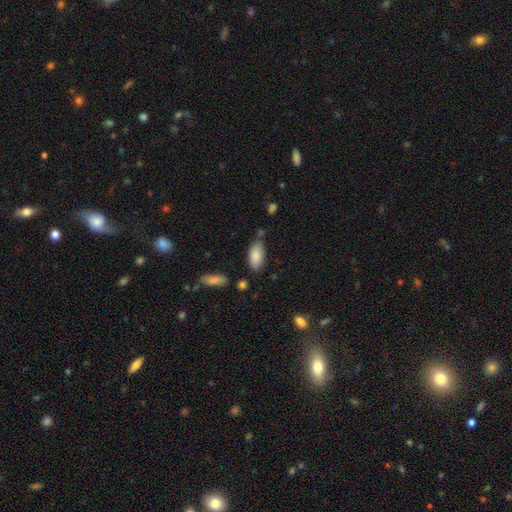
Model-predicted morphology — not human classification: Smooth or featured: smooth — 86% (featured or disk — 8%)
How rounded: in between — 91% (cigar-shaped — 7%)
Merging: none — 74% (minor disturbance — 16%)